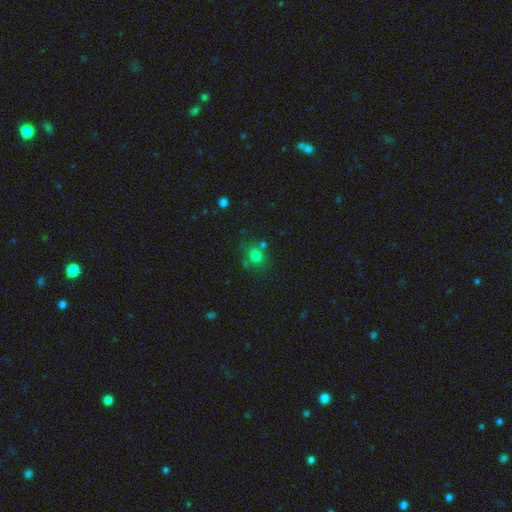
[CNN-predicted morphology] Smooth or featured: smooth — 74% (star or artifact — 17%)
How rounded: round — 77% (in between — 22%)
Merging: none — 64% (merger — 15%)